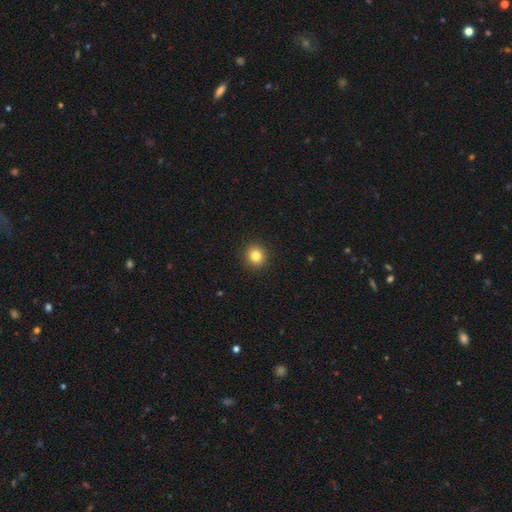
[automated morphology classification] smooth-or-featured: smooth: 82% | star or artifact: 11% | featured or disk: 7%
  how-rounded: round: 92% | in between: 7% | cigar-shaped: 1%
  merging: none: 93% | minor disturbance: 5% | major disturbance: 2% | merger: 1%